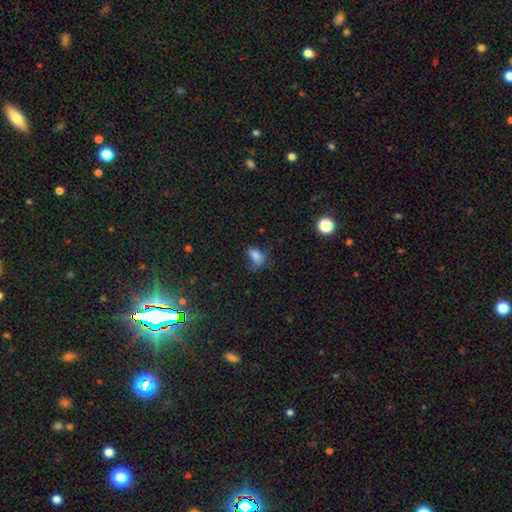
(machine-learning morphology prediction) Smooth or featured: smooth — 79% (star or artifact — 13%)
How rounded: in between — 87% (round — 9%)
Merging: none — 49% (minor disturbance — 31%)